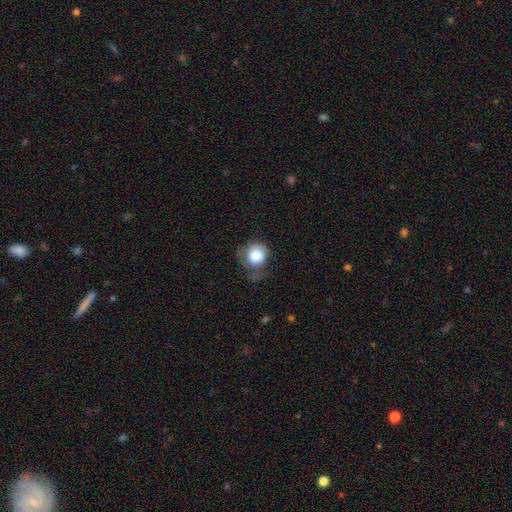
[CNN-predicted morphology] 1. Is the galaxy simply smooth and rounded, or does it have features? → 79% smooth, 13% featured or disk, 8% star or artifact.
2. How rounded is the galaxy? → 84% round, 15% in between, 1% cigar-shaped.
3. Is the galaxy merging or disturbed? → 41% none, 33% minor disturbance, 25% major disturbance, 2% merger.